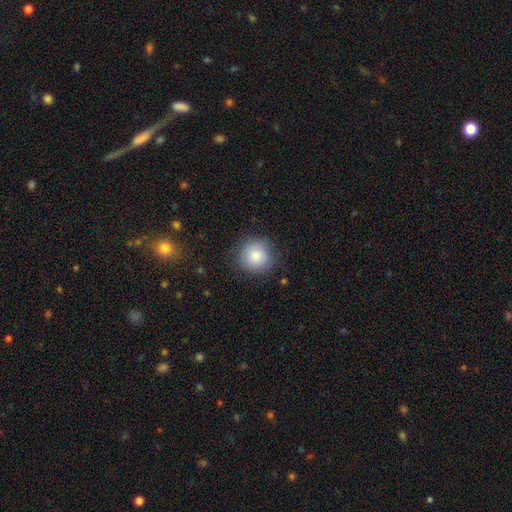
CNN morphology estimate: This appears to be a smooth galaxy with no disk features (84%) that is round (93%). Merging: none (86%).